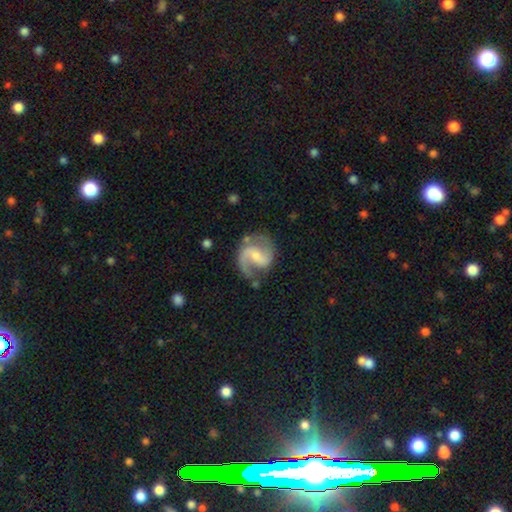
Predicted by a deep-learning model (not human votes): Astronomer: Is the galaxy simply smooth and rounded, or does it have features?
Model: featured or disk — 89%.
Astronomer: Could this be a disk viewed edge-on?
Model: no — 98%.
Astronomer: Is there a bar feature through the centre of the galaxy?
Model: weak — 50% (runner-up: no, 27%).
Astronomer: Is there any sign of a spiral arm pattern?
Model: yes — 97%.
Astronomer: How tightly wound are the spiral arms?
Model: medium — 55% (runner-up: loose, 31%).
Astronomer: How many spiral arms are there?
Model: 2 — 88%.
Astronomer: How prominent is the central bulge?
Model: small — 47% (runner-up: moderate, 38%).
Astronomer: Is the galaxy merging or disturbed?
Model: none — 69%.